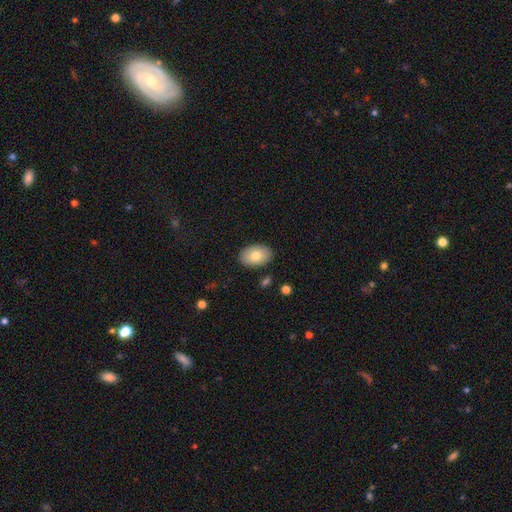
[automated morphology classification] type=smooth (77%); roundness=in between (90%); merging=none (87%).